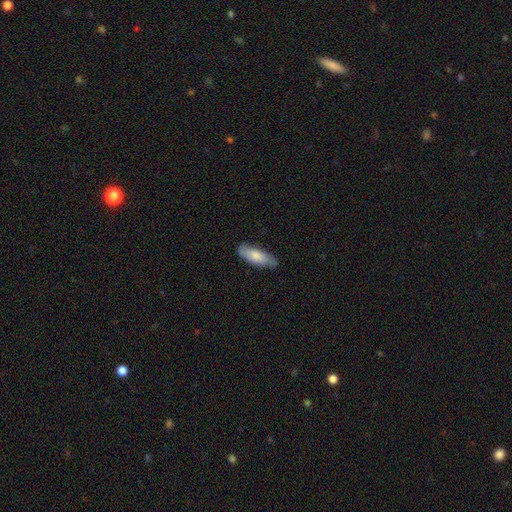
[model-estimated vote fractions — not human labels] This is likely a smooth galaxy (76%). How rounded: likely in between (64%). Merging: likely none (77%).